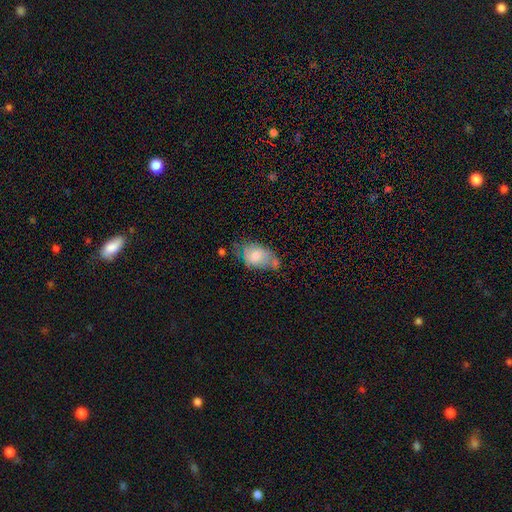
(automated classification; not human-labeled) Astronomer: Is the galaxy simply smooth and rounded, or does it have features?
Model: smooth — 69%.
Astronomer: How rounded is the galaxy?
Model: in between — 88%.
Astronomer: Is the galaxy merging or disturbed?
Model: none — 36% (runner-up: minor disturbance, 33%).